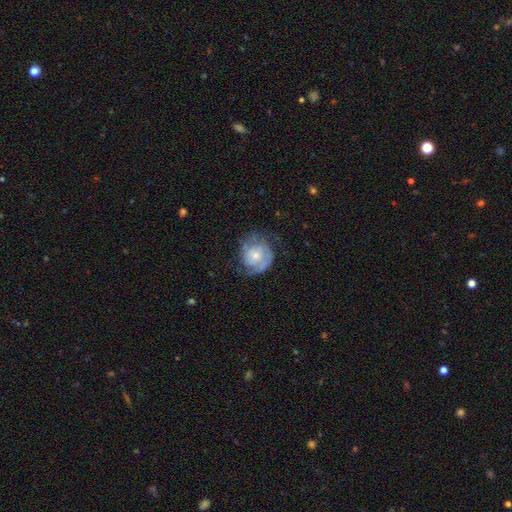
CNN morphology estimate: featured or disk 65%, smooth 28%, star or artifact 7%. Down the decision tree: edge-on disk — no (98%); bar — no (77%); spiral arms — yes (83%); spiral arm count — 2 (45%); spiral winding — tight (48%); bulge size — small (55%); merging — none (57%).